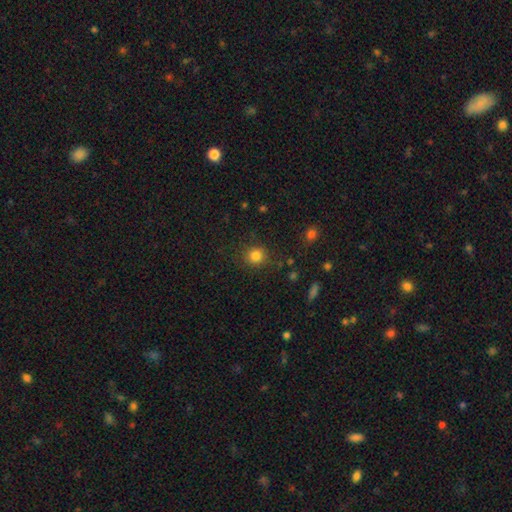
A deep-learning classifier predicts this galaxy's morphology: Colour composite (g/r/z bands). It shows a smooth galaxy with no disk features (82%) that is round (86%). Merging: none (85%).